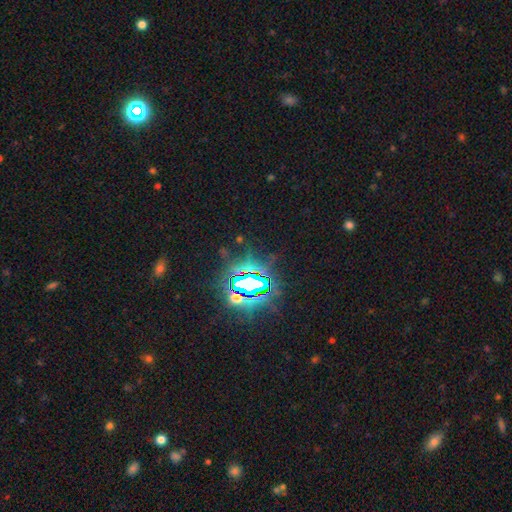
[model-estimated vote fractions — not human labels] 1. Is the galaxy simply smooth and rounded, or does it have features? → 86% star or artifact, 8% smooth, 6% featured or disk.